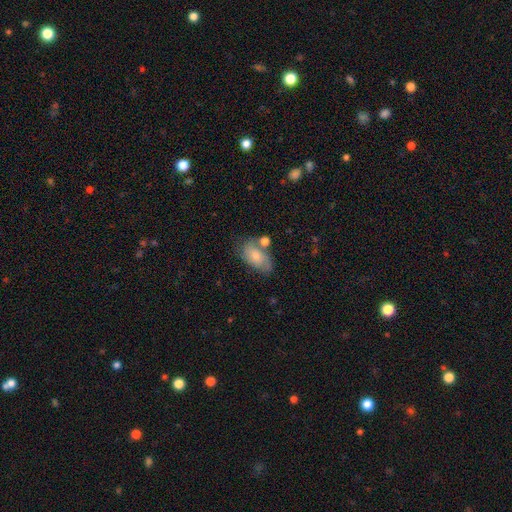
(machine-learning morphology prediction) Overall: smooth (70%). How rounded: in between (91%). Merging: none (50%; minor disturbance 25%).